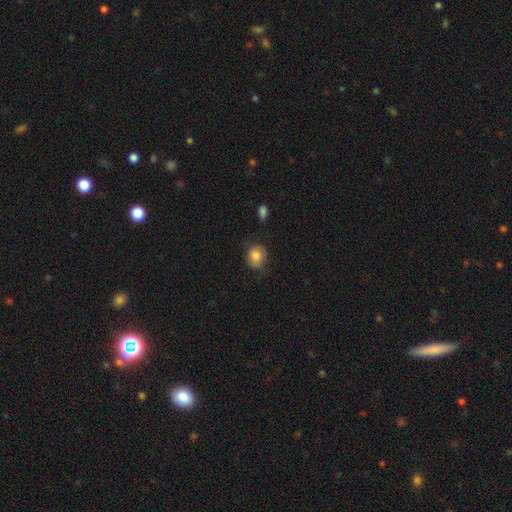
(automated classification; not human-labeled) smooth-or-featured: smooth: 83% | featured or disk: 9% | star or artifact: 8%
  how-rounded: round: 72% | in between: 27% | cigar-shaped: 1%
  merging: none: 69% | minor disturbance: 23% | major disturbance: 6% | merger: 2%